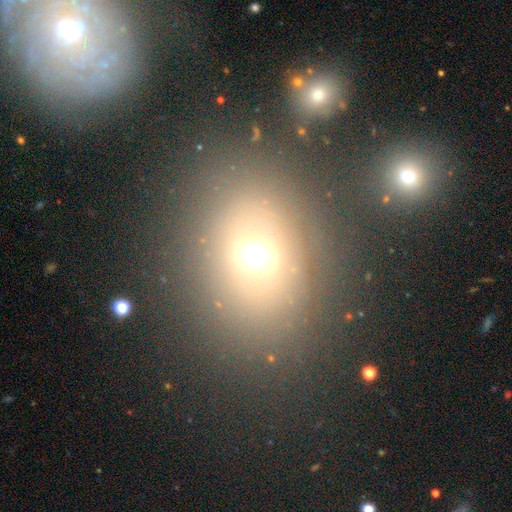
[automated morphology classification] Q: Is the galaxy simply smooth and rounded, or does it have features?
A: smooth — 58%.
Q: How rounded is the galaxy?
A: in between — 57%.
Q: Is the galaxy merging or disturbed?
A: none — 73%.